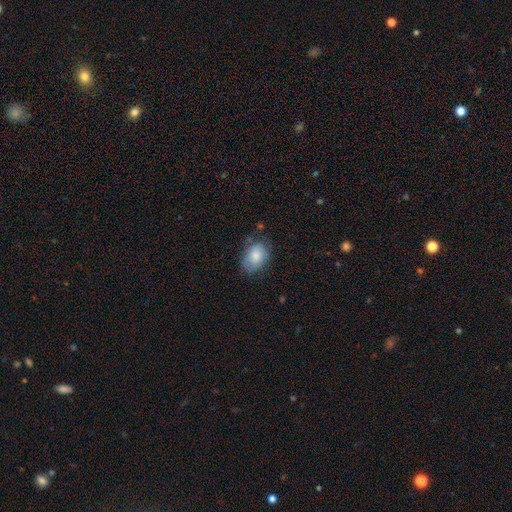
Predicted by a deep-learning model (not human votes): Morphology: type=smooth (83%); roundness=in between (83%); merging=none (70%).